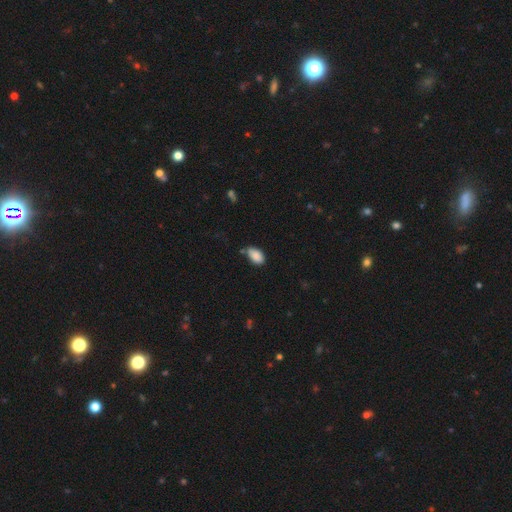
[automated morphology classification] smooth 87%, star or artifact 8%, featured or disk 5%. Down the decision tree: how rounded — in between (92%); merging — none (57%).